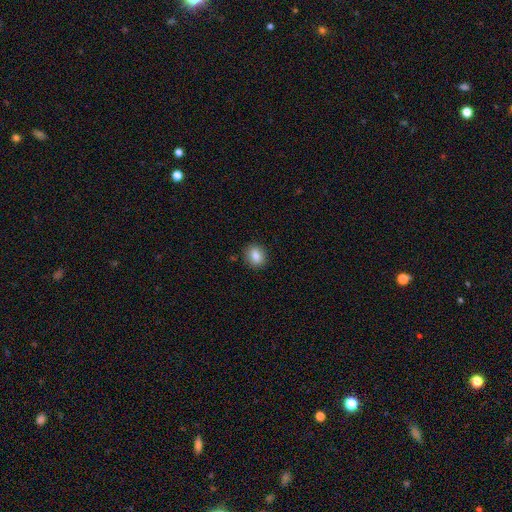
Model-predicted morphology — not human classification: Smooth or featured? smooth (84%)
How rounded? round (61%)
Merging? none (89%)